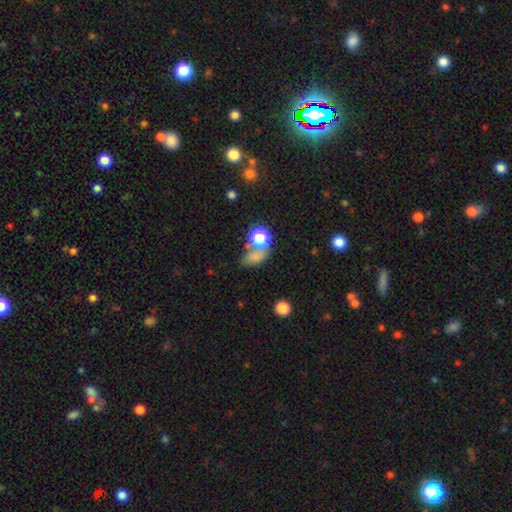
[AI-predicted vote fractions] Smooth or featured: smooth — 66% (star or artifact — 22%)
How rounded: in between — 66% (round — 30%)
Merging: none — 41% (merger — 30%)